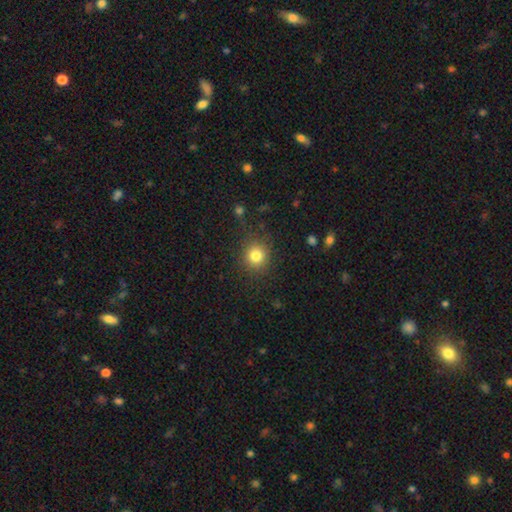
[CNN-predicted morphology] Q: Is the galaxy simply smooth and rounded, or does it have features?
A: smooth — 81%.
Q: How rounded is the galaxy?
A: round — 89%.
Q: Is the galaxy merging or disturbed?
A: none — 85%.